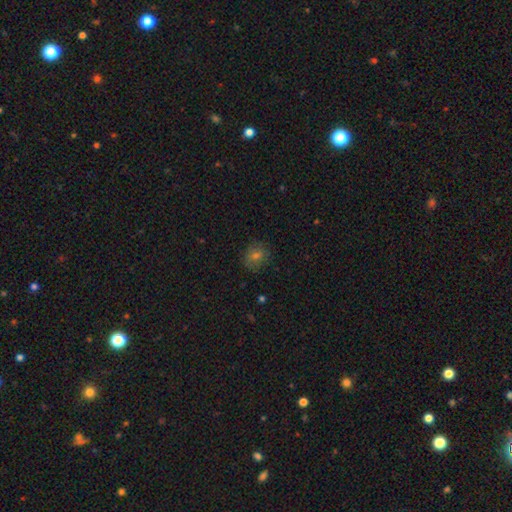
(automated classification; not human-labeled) Smooth or featured? smooth (64%)
How rounded? round (71%)
Merging? none (82%)